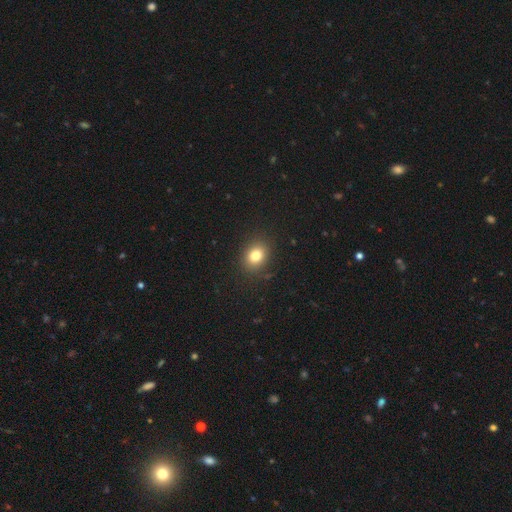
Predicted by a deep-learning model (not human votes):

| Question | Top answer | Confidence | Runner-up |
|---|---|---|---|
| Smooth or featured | smooth | 81% | star or artifact (12%) |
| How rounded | round | 54% | in between (46%) |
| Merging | none | 87% | minor disturbance (9%) |